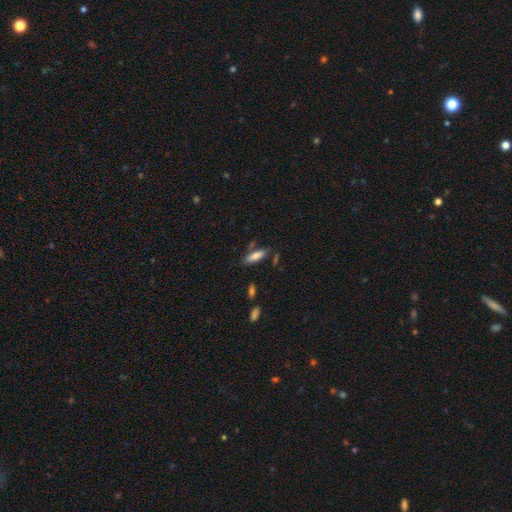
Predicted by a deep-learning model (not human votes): smooth-or-featured: smooth: 71% | featured or disk: 21% | star or artifact: 7%
  how-rounded: in between: 49% (tied) | cigar-shaped: 49% (tied) | round: 2%
  merging: none: 72% | minor disturbance: 17% | merger: 7% | major disturbance: 4%